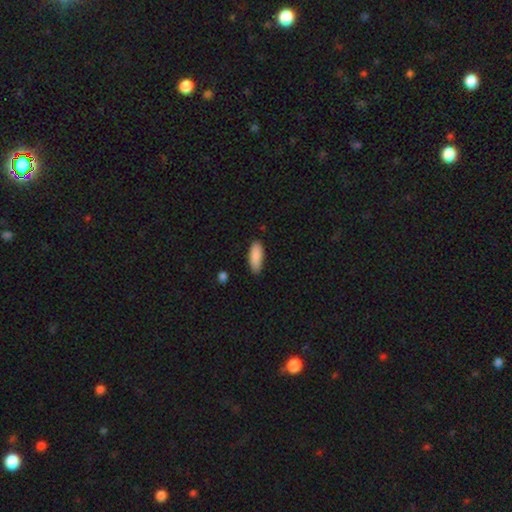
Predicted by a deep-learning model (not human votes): A smooth galaxy with no disk features (89%) that is in between round and cigar-shaped (72%).

Vote fractions:
- Smooth or featured? smooth: 89% / star or artifact: 6% / featured or disk: 5%
- How rounded? in between: 72% / cigar-shaped: 26% / round: 2%
- Merging? none: 82% / minor disturbance: 14% / major disturbance: 2% / merger: 1%